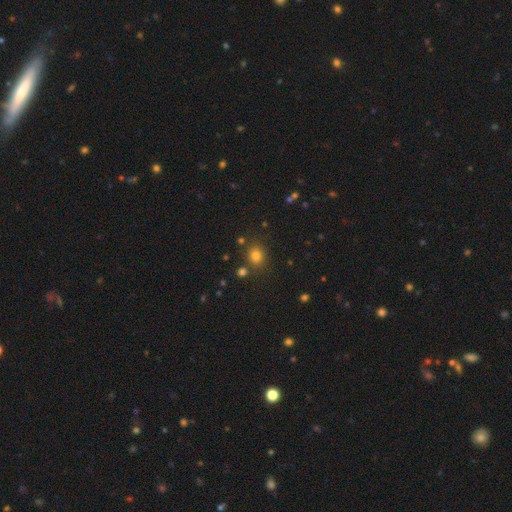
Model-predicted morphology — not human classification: smooth_or_featured: smooth (p=0.79) [alt: star or artifact p=0.15]
how_rounded: round (p=0.72) [alt: in between p=0.27]
merging: none (p=0.80) [alt: minor disturbance p=0.10]